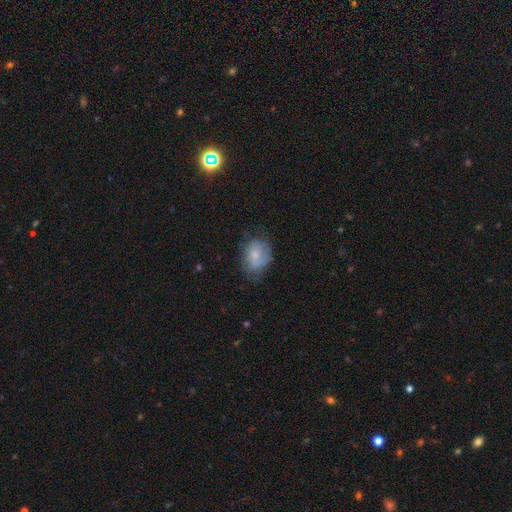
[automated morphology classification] Smooth or featured? Predicted: smooth (p=0.62). How rounded? Predicted: in between (p=0.60). Merging? Predicted: none (p=0.50).